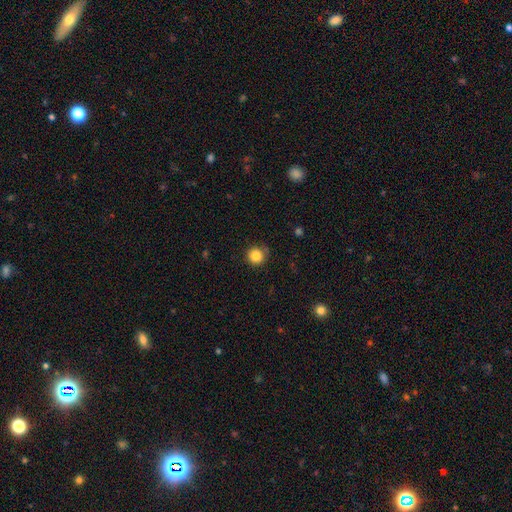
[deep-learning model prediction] smooth-or-featured: smooth: 84% | star or artifact: 11% | featured or disk: 5%
  how-rounded: round: 94% | in between: 5% | cigar-shaped: 1%
  merging: none: 83% | minor disturbance: 12% | major disturbance: 3% | merger: 2%